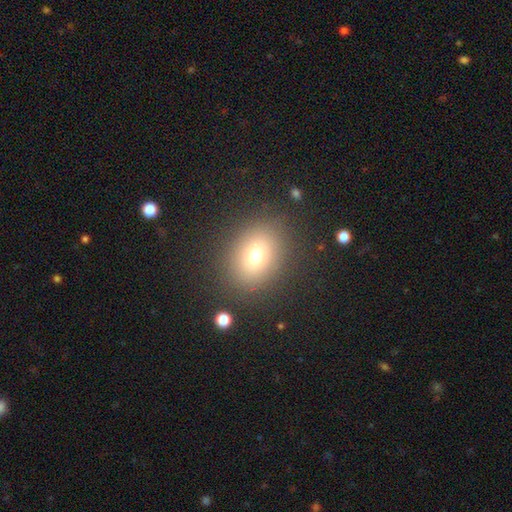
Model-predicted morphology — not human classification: Smooth or featured? Predicted: smooth (p=0.71). How rounded? Predicted: round (p=0.53). Merging? Predicted: none (p=0.85).